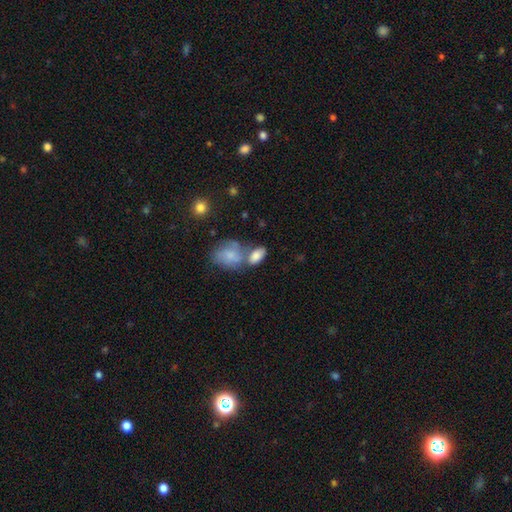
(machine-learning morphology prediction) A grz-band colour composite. It shows a smooth galaxy with no disk features (81%) that is in between round and cigar-shaped (89%). Merging: none (41%).